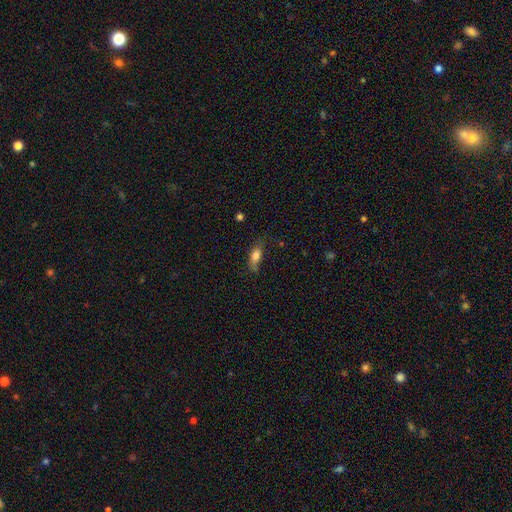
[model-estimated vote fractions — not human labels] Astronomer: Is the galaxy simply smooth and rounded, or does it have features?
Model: smooth — 78%.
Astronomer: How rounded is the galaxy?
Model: in between — 77%.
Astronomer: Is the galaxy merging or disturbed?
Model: none — 51% (runner-up: minor disturbance, 32%).